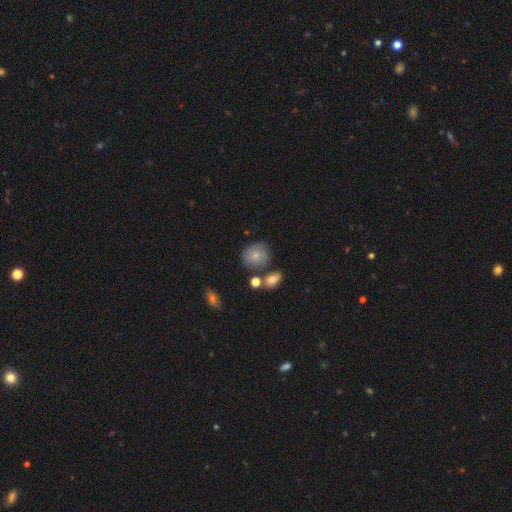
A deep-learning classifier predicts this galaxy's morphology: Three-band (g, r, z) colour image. It shows a smooth galaxy with no disk features (71%) that is round (73%). Merging: none (64%).